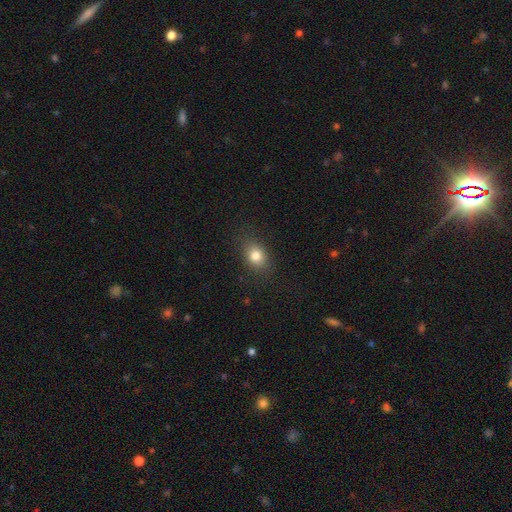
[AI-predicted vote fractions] smooth_or_featured: smooth (p=0.82) [alt: star or artifact p=0.10]
how_rounded: in between (p=0.62) [alt: round p=0.36]
merging: none (p=0.83) [alt: minor disturbance p=0.12]